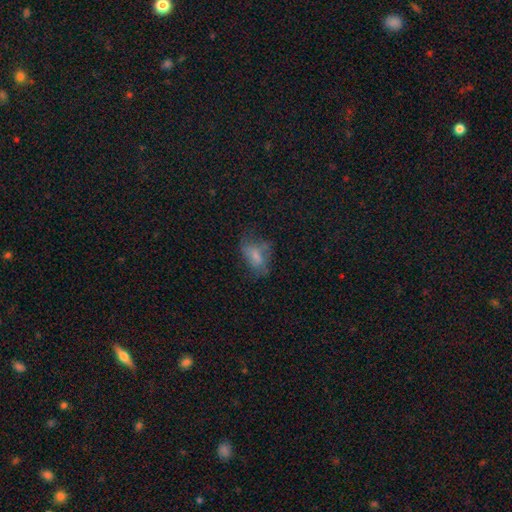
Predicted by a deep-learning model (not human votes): A smooth galaxy with no disk features (60%) that is in between round and cigar-shaped (86%).

Vote fractions:
- Smooth or featured? smooth: 60% / featured or disk: 28% / star or artifact: 13%
- How rounded? in between: 86% / round: 10% / cigar-shaped: 4%
- Merging? none: 41% / major disturbance: 29% / minor disturbance: 26% / merger: 4%